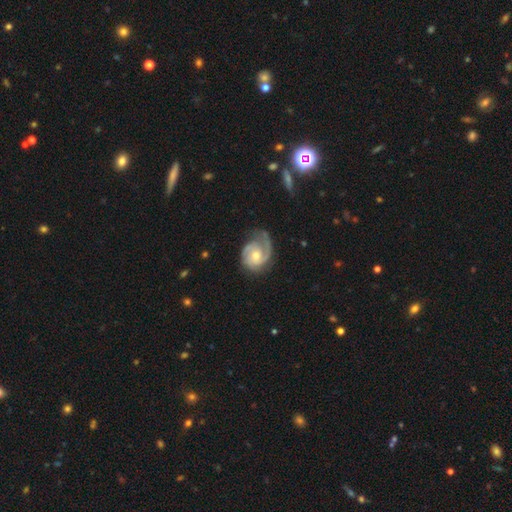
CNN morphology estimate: A featured or disk galaxy (84%) with no bar (66%), 2 (56%) tight (49%) spiral arms (96%) and a moderate central bulge (62%). Merging: none (57%).